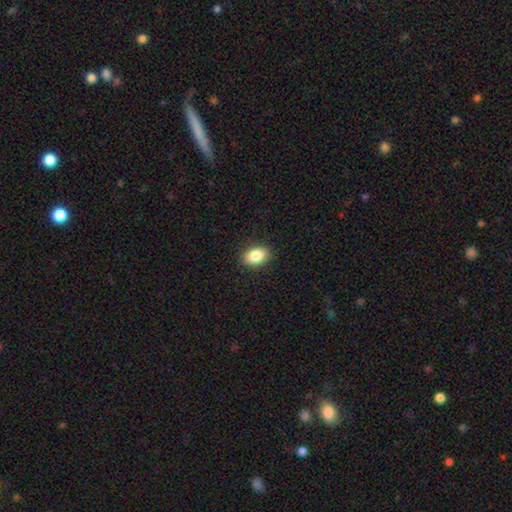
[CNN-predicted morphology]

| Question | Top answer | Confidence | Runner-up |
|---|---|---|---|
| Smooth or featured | smooth | 86% | star or artifact (8%) |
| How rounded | in between | 85% | round (13%) |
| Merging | none | 90% | minor disturbance (7%) |